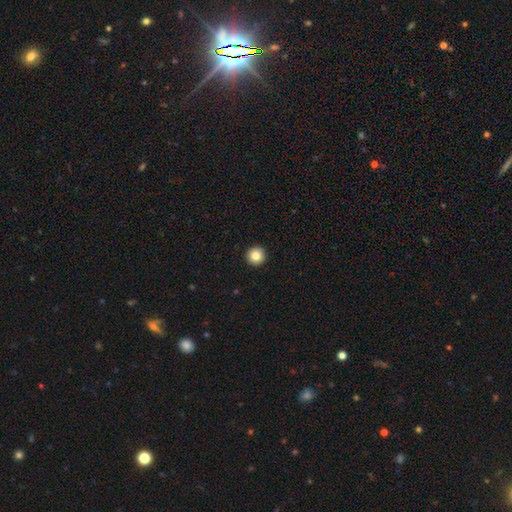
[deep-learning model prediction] This is clearly a smooth galaxy (84%). How rounded: clearly round (97%). Merging: clearly none (94%).